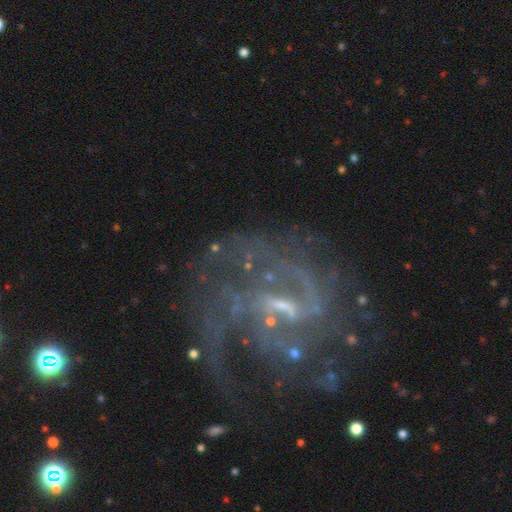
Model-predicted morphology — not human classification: This appears to be a featured or disk galaxy (82%) with a weak bar (53%), 2 (32%, tied with can't tell) medium (44%) spiral arms (86%) and a small central bulge (52%). Merging: none (50%).